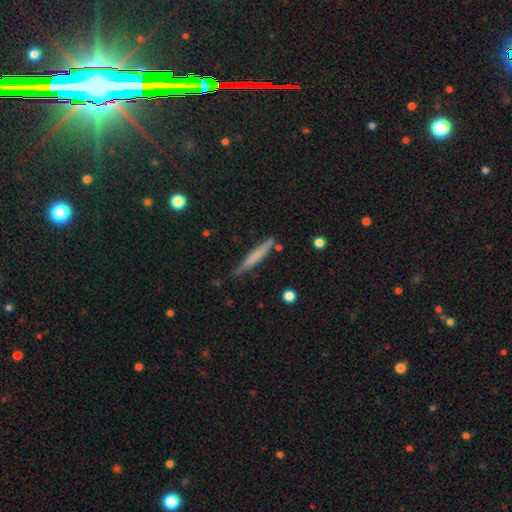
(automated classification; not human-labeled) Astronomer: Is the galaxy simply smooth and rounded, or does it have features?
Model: smooth — 60%.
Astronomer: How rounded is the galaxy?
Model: cigar-shaped — 95%.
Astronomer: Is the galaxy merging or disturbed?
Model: none — 79%.